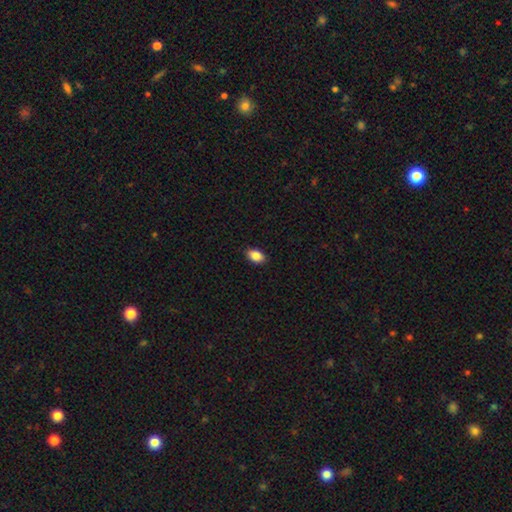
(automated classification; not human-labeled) Overall: smooth (88%). How rounded: in between (87%). Merging: none (88%).